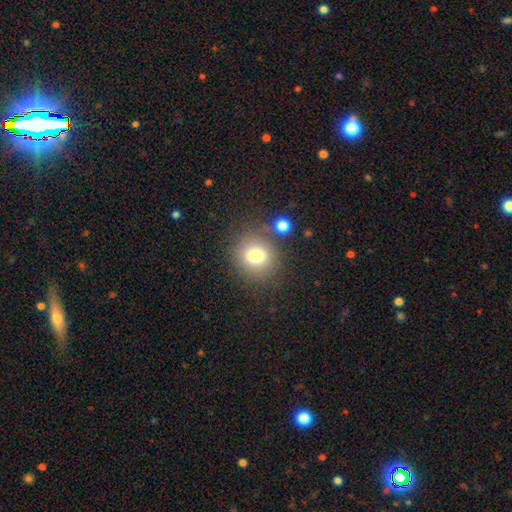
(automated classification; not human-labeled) Smooth or featured?
  - smooth: 76% *
  - star or artifact: 13%
  - featured or disk: 12%
How rounded?
  - round: 79% *
  - in between: 20%
  - cigar-shaped: 1%
Merging?
  - none: 74% *
  - minor disturbance: 12%
  - merger: 9%
  - major disturbance: 5%